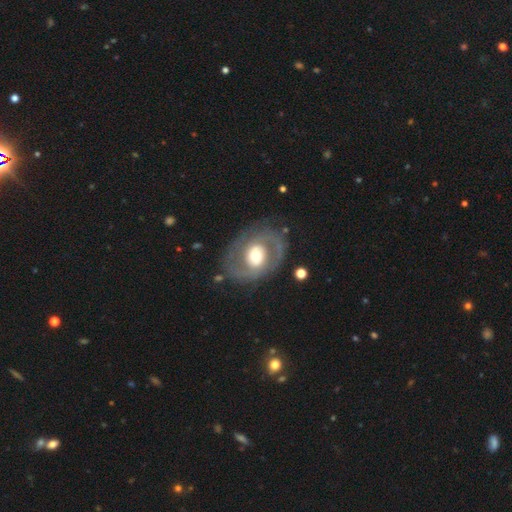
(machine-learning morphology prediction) Overall: featured or disk (70%). Edge-on disk: no (96%). Bar: no (66%). Spiral arms: yes (67%; no 33%). Bulge size: moderate (58%; large 26%). Merging: none (74%).